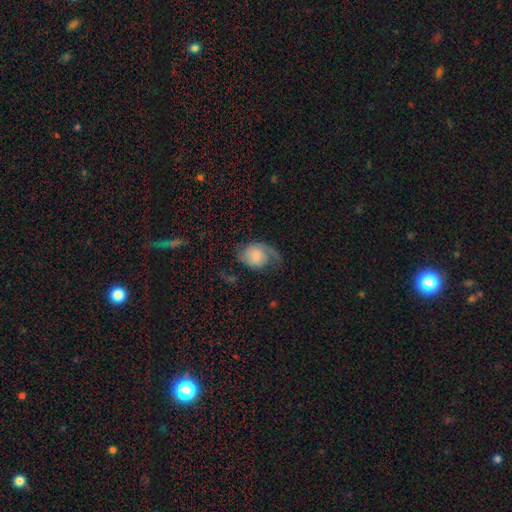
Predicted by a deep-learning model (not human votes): Smooth or featured?
  - featured or disk: 50% *
  - smooth: 43%
  - star or artifact: 8%
Merging?
  - none: 43% *
  - major disturbance: 28%
  - minor disturbance: 27%
  - merger: 2%